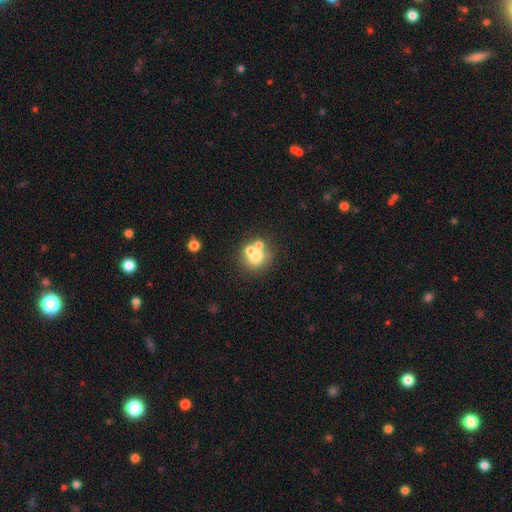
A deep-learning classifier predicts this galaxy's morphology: Smooth or featured? smooth (61%)
How rounded? round (83%)
Merging? none (43%, tied with merger)